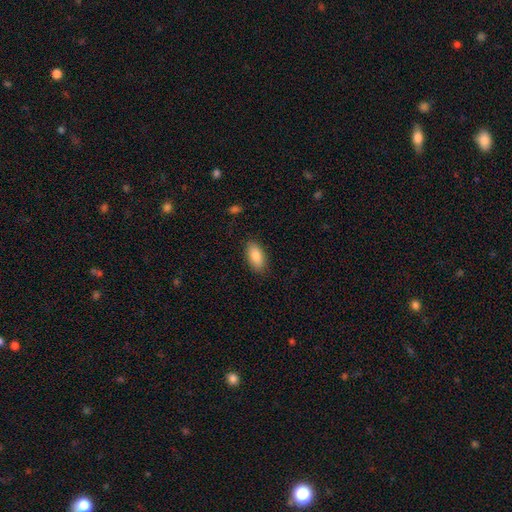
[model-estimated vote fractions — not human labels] Overall: smooth (85%). How rounded: in between (91%). Merging: none (86%).